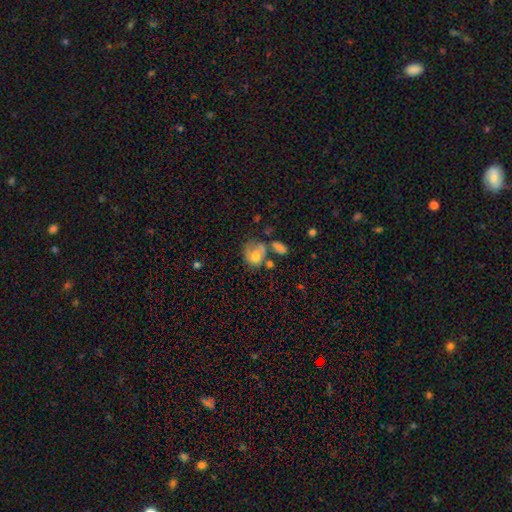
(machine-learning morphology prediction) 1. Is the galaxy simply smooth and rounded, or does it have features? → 61% smooth, 29% featured or disk, 9% star or artifact.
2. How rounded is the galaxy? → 57% round, 42% in between, 1% cigar-shaped.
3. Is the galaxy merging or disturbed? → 32% none, 25% merger, 24% minor disturbance, 19% major disturbance.